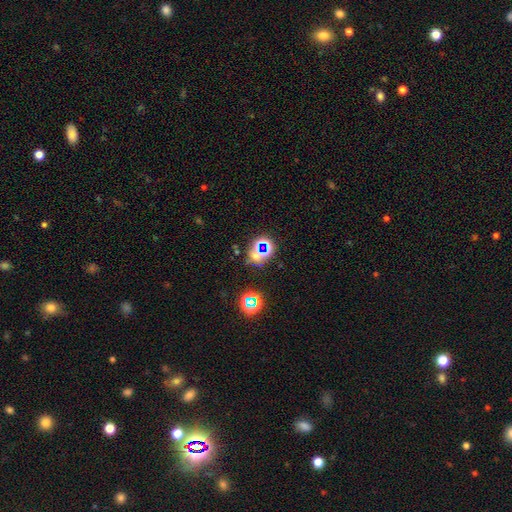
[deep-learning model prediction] A star or artifact, not a galaxy (58%).

Vote fractions:
- Smooth or featured? star or artifact: 58% / smooth: 29% / featured or disk: 13%